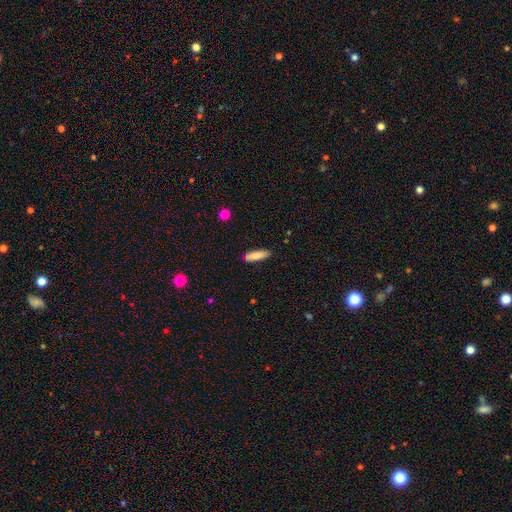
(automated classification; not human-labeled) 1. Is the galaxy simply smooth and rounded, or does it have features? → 86% smooth, 8% featured or disk, 6% star or artifact.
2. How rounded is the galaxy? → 69% cigar-shaped, 29% in between, 1% round.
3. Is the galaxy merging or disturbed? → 88% none, 9% minor disturbance, 2% major disturbance, 1% merger.